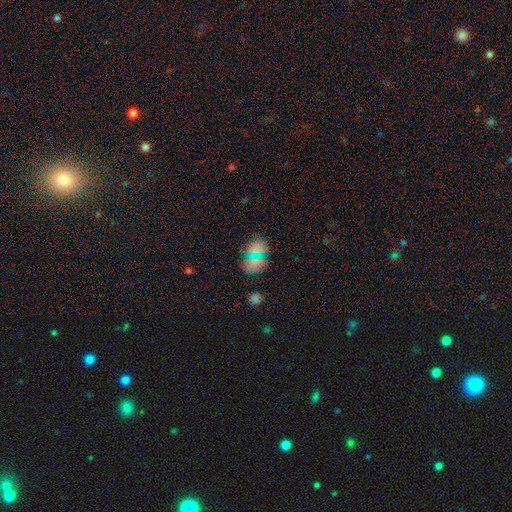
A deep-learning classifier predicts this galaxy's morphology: This is likely a smooth galaxy (66%). How rounded: possibly in between (54%). Merging: likely none (72%).